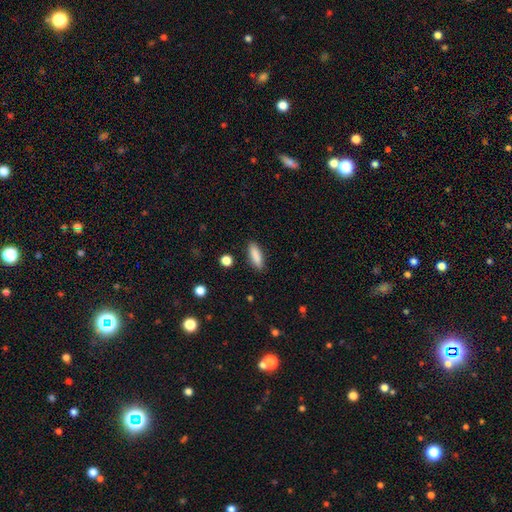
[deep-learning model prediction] A smooth galaxy with no disk features (87%) that is in between round and cigar-shaped (52%). Merging: none (88%).